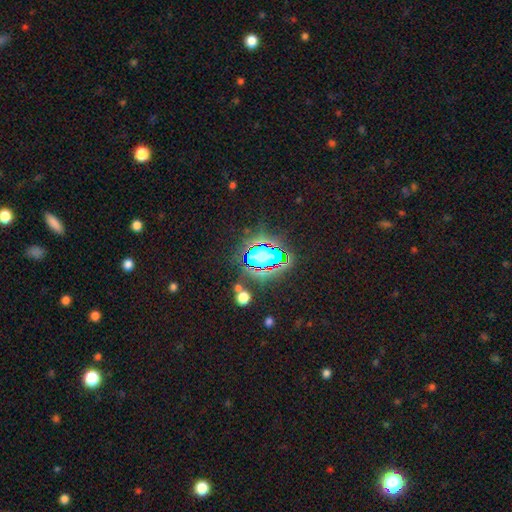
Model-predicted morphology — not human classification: Smooth or featured? star or artifact (67%)